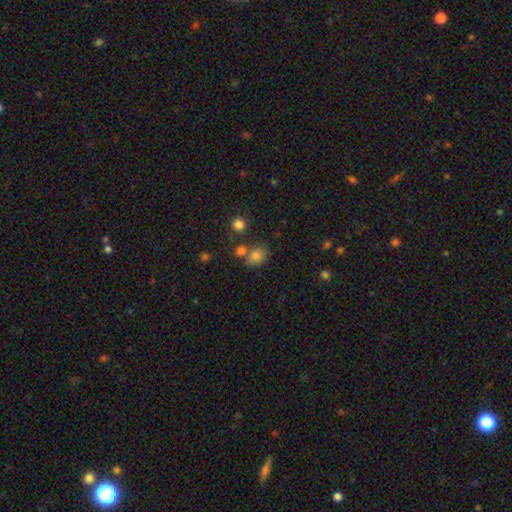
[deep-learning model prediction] A smooth galaxy with no disk features (78%) that is in between round and cigar-shaped (56%). Merging: none (59%).